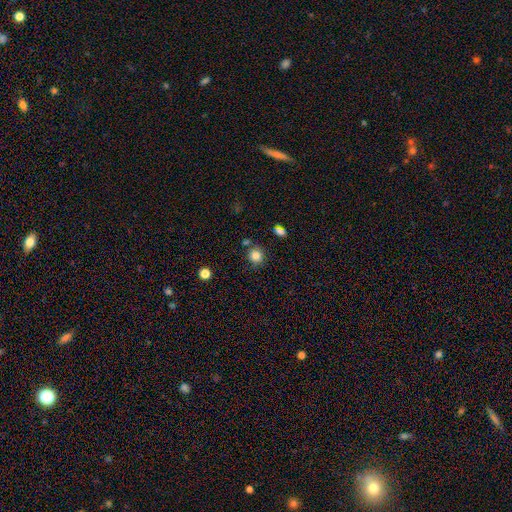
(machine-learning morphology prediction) The model was most divided on "merging": none: 78%, minor disturbance: 11%, merger: 8%, major disturbance: 3%. More confident: how rounded — round (88%); smooth or featured — smooth (84%).